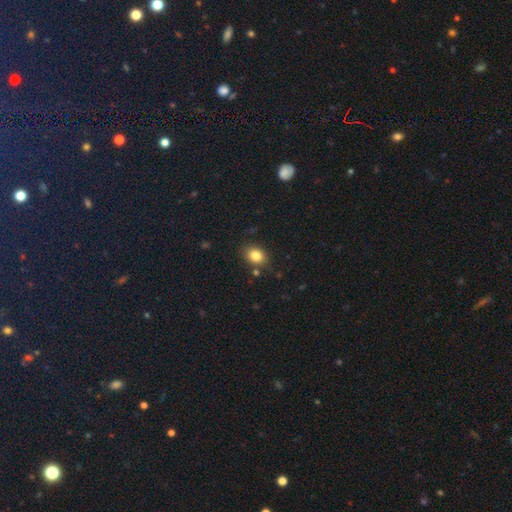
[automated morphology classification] Smooth or featured? Predicted: smooth (p=0.84). How rounded? Predicted: in between (p=0.60). Merging? Predicted: none (p=0.82).